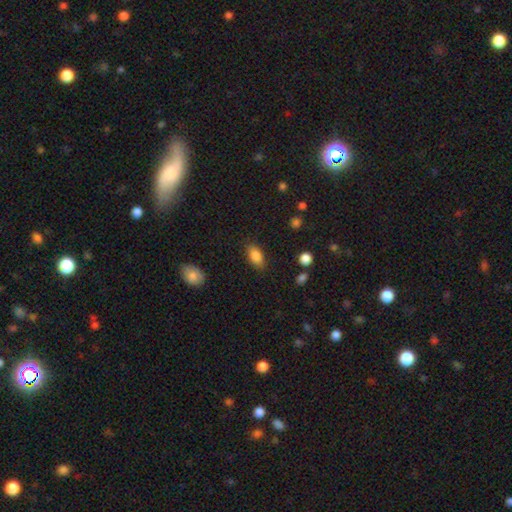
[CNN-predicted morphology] Smooth or featured? smooth (85%)
How rounded? in between (90%)
Merging? none (85%)